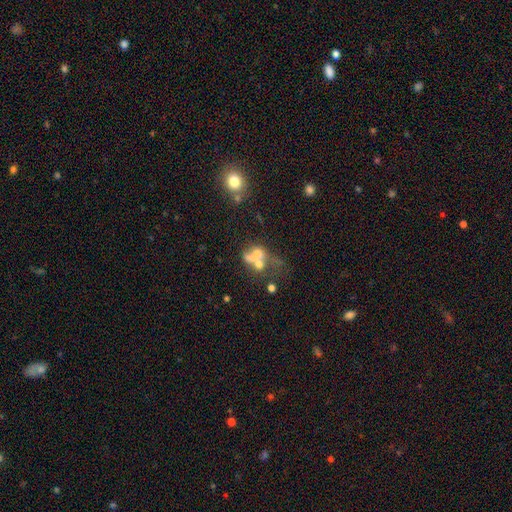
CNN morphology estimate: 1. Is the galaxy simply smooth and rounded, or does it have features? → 44% smooth, 38% featured or disk, 18% star or artifact.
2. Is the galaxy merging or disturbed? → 54% merger, 19% none, 18% major disturbance, 9% minor disturbance.